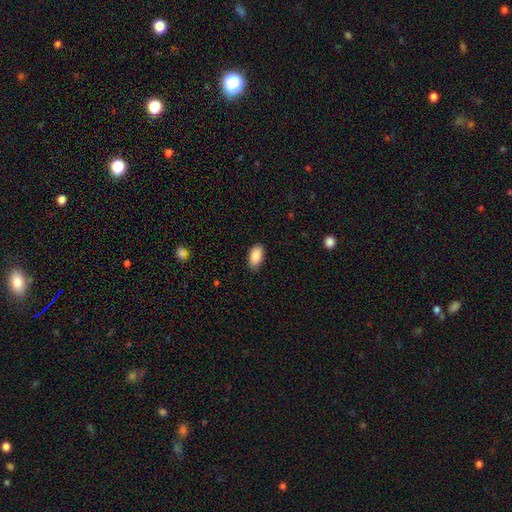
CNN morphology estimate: smooth_or_featured: smooth (p=0.89) [alt: star or artifact p=0.07]
how_rounded: in between (p=0.94) [alt: round p=0.04]
merging: none (p=0.82) [alt: minor disturbance p=0.15]